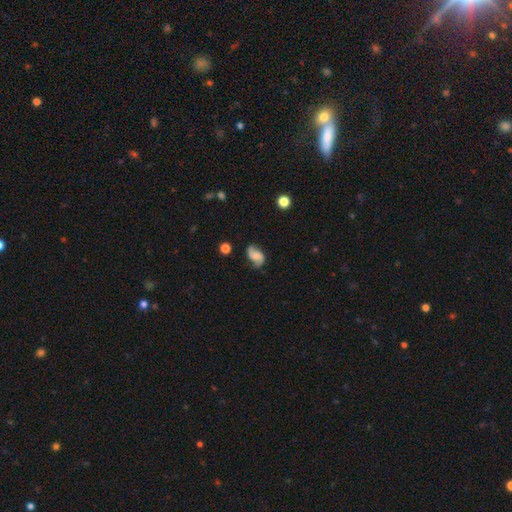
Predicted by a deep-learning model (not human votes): Smooth or featured? Predicted: featured or disk (p=0.69). Edge-on disk? Predicted: no (p=0.97). Bar? Predicted: no (p=0.59). Spiral arms? Predicted: yes (p=0.95). Spiral winding? Predicted: loose (p=0.56). Spiral arm count? Predicted: 2 (p=0.90). Bulge size? Predicted: none (p=0.45). Merging? Predicted: none (p=0.69).